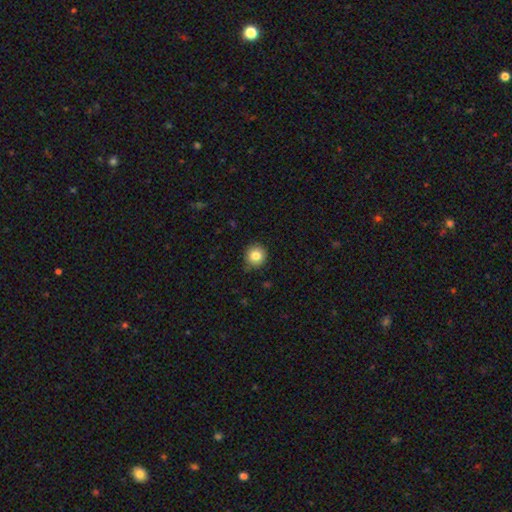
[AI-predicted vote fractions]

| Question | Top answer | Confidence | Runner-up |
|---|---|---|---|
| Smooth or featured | smooth | 83% | star or artifact (10%) |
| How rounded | round | 93% | in between (6%) |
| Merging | none | 87% | minor disturbance (10%) |